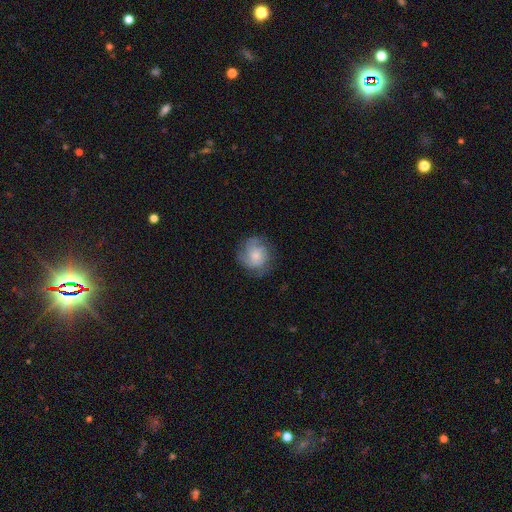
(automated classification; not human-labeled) Smooth or featured? smooth (46%, tied with featured or disk)
Merging? none (70%)